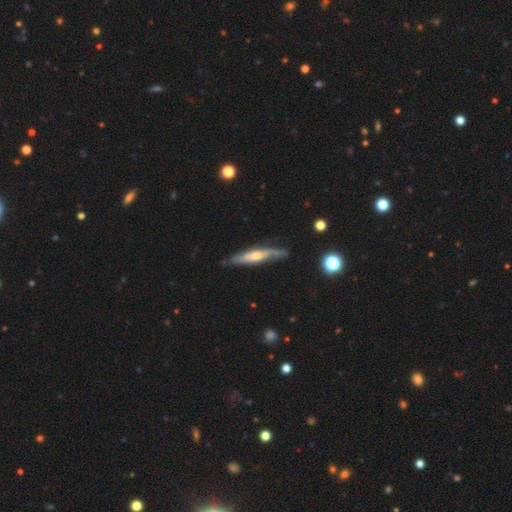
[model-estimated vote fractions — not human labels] Smooth or featured? Predicted: featured or disk (p=0.66). Edge-on disk? Predicted: yes (p=0.82). Edge-on bulge? Predicted: rounded (p=0.79). Merging? Predicted: none (p=0.76).